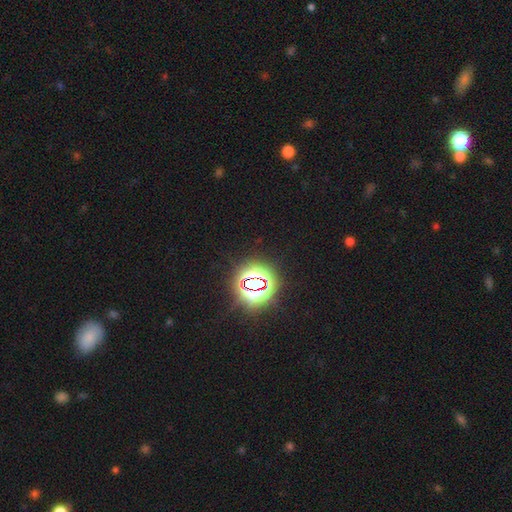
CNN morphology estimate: Overall: star or artifact (81%).